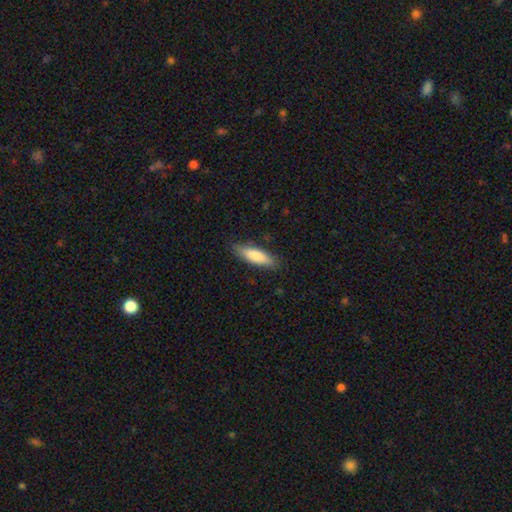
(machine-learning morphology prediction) Smooth or featured? Predicted: smooth (p=0.82). How rounded? Predicted: cigar-shaped (p=0.52). Merging? Predicted: none (p=0.84).